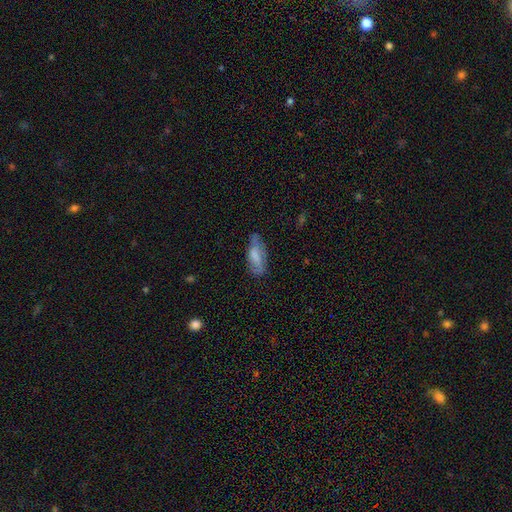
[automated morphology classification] smooth-or-featured: smooth: 68% | featured or disk: 24% | star or artifact: 8%
  how-rounded: in between: 76% | cigar-shaped: 22% | round: 2%
  merging: none: 56% | minor disturbance: 31% | major disturbance: 11% | merger: 2%